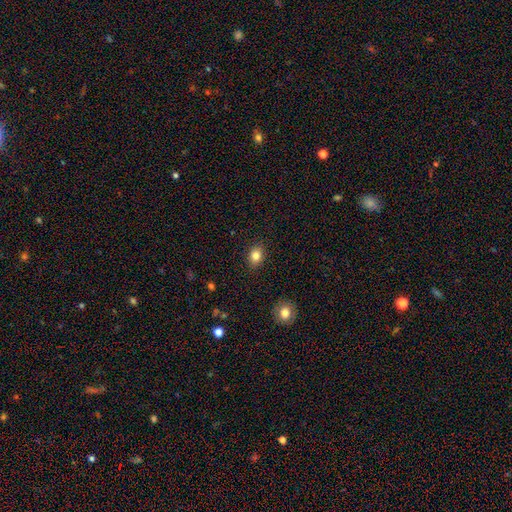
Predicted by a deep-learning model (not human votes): Smooth or featured: smooth — 82% (star or artifact — 11%)
How rounded: in between — 53% (round — 46%)
Merging: none — 89% (minor disturbance — 8%)